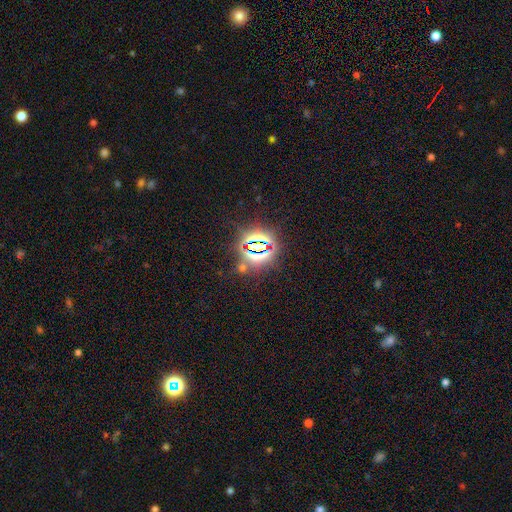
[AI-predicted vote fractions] star or artifact 81%, smooth 12%, featured or disk 7%.